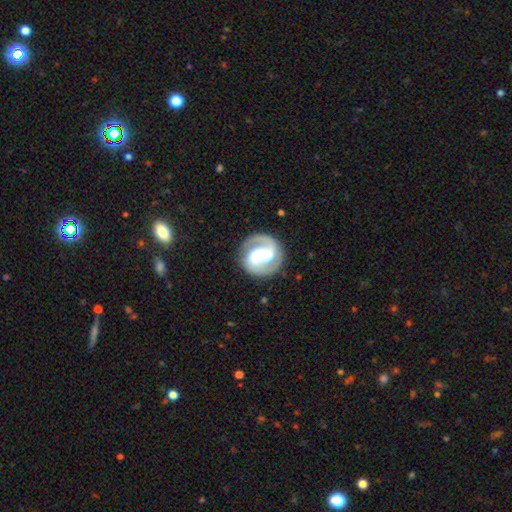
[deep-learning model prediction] Overall: featured or disk (85%). Edge-on disk: no (98%). Bar: strong (54%; weak 35%). Spiral arms: yes (93%). Spiral arm count: 2 (89%). Spiral winding: medium (47%; tight 40%). Bulge size: moderate (49%; small 23%). Merging: none (85%).